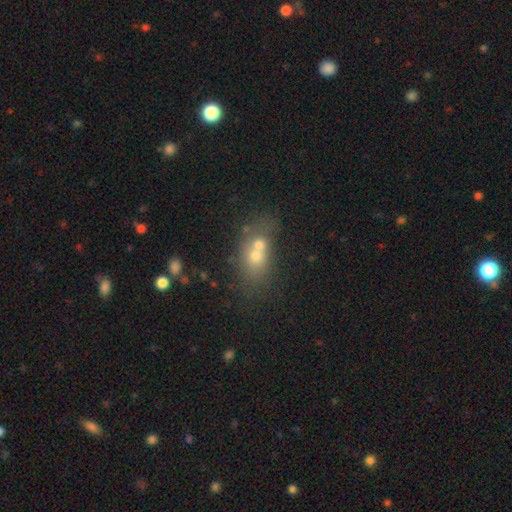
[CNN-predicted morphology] This is possibly a smooth galaxy (60%). How rounded: possibly in between (58%). Merging: likely merger (61%).